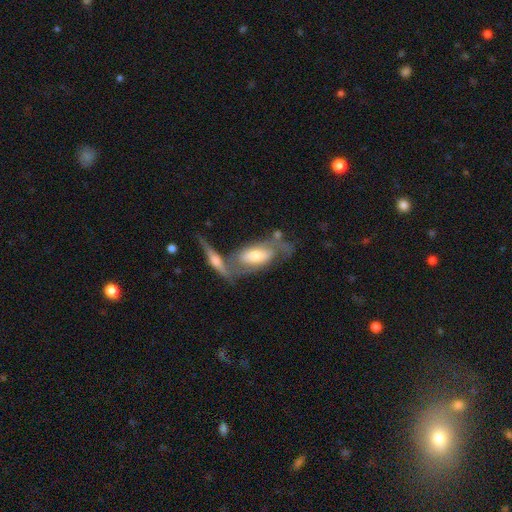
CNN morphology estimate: Smooth or featured? Predicted: featured or disk (p=0.61). Edge-on disk? Predicted: no (p=0.76). Merging? Predicted: merger (p=0.39).